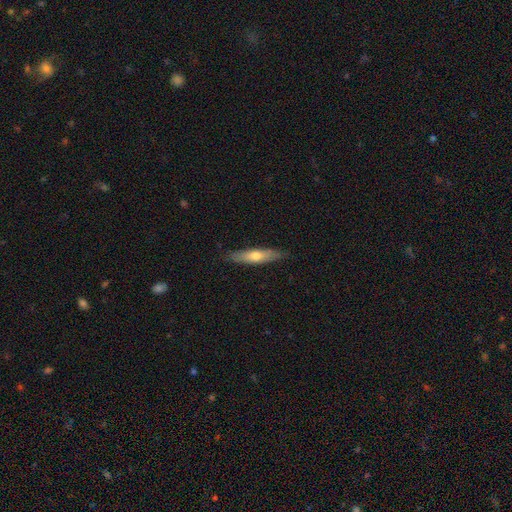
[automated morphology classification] The model was most divided on "smooth or featured": smooth: 54%, featured or disk: 41%, star or artifact: 6%. More confident: merging — none (86%); how rounded — cigar-shaped (81%).